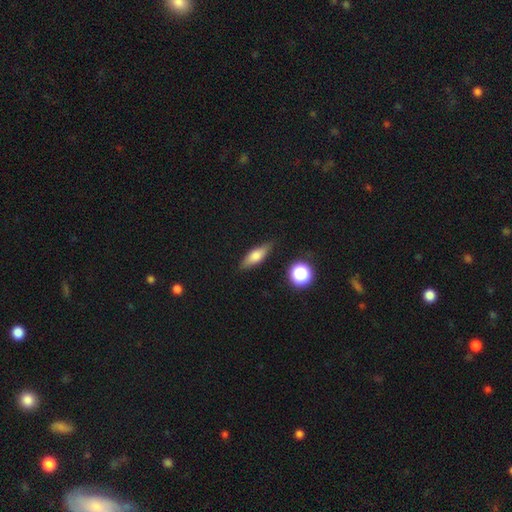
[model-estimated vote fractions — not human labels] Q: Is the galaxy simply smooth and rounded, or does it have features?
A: smooth — 59%.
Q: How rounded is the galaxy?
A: in between — 52%.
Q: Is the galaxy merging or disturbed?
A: none — 84%.